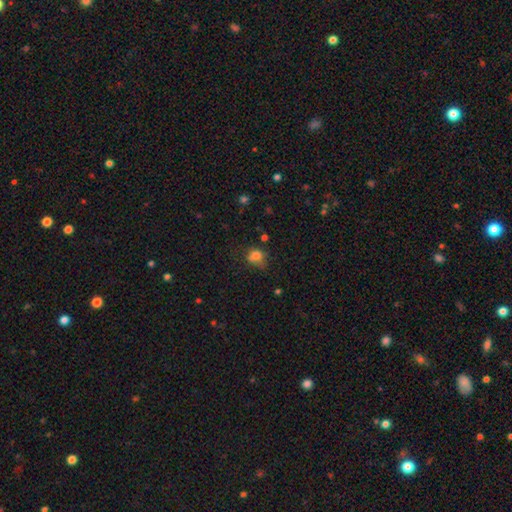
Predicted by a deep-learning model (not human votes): Q: Smooth or featured?
A: smooth (74%); runner-up: star or artifact (14%)
Q: How rounded?
A: round (59%); runner-up: in between (40%)
Q: Merging?
A: none (43%); runner-up: minor disturbance (28%)